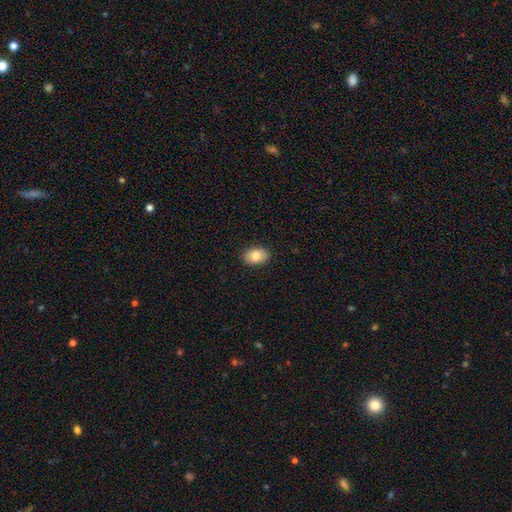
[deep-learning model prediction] smooth-or-featured: smooth: 82% | featured or disk: 10% | star or artifact: 7%
  how-rounded: in between: 88% | round: 11% | cigar-shaped: 1%
  merging: none: 90% | minor disturbance: 8% | major disturbance: 2% | merger: 1%